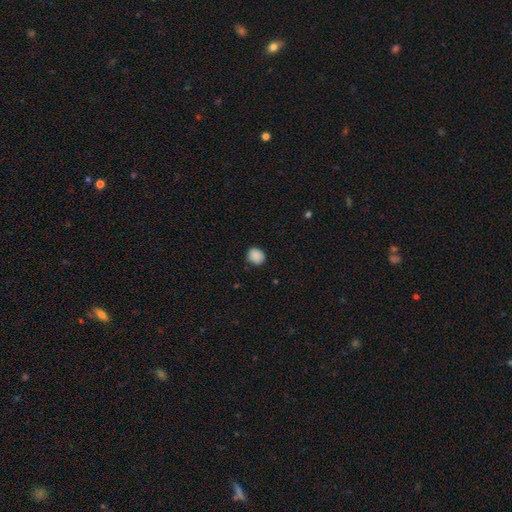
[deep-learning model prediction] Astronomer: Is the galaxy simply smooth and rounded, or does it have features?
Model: smooth — 88%.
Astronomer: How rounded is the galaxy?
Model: round — 70%.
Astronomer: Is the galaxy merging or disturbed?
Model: none — 83%.